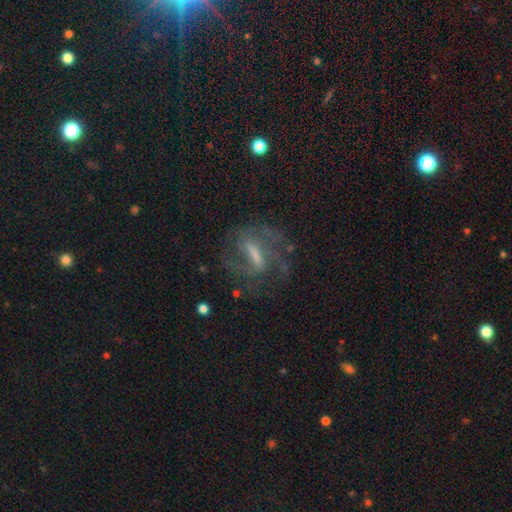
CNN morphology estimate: Smooth or featured? Predicted: featured or disk (p=0.71). Edge-on disk? Predicted: no (p=0.88). Bar? Predicted: strong (p=0.60). Spiral arms? Predicted: yes (p=0.78). Bulge size? Predicted: none (p=0.31, tied with moderate). Merging? Predicted: none (p=0.57).